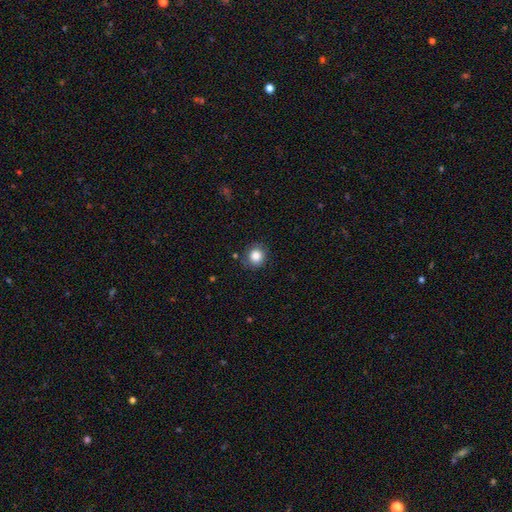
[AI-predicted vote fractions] Morphology: type=smooth (85%); roundness=round (87%); merging=none (84%).